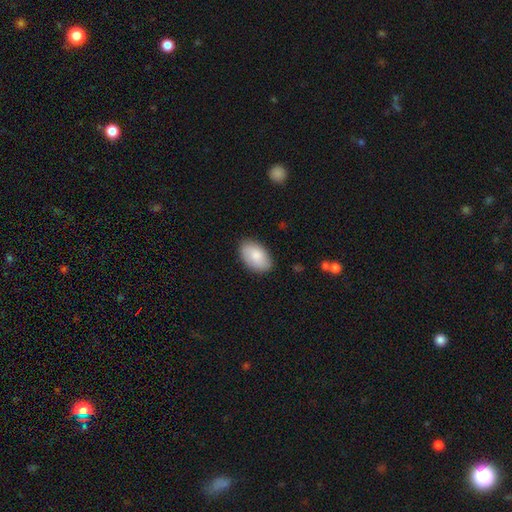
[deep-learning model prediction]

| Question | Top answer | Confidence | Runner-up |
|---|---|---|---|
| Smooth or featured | smooth | 85% | featured or disk (9%) |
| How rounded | in between | 94% | round (5%) |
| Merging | none | 85% | minor disturbance (11%) |